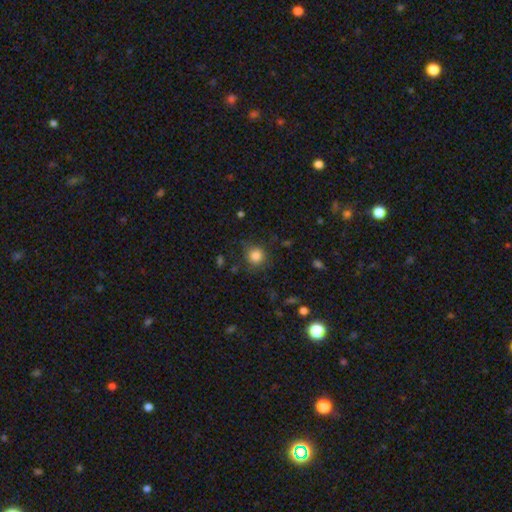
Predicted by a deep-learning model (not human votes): Q: Smooth or featured?
A: smooth (84%); runner-up: star or artifact (10%)
Q: How rounded?
A: round (90%); runner-up: in between (9%)
Q: Merging?
A: none (77%); runner-up: minor disturbance (15%)